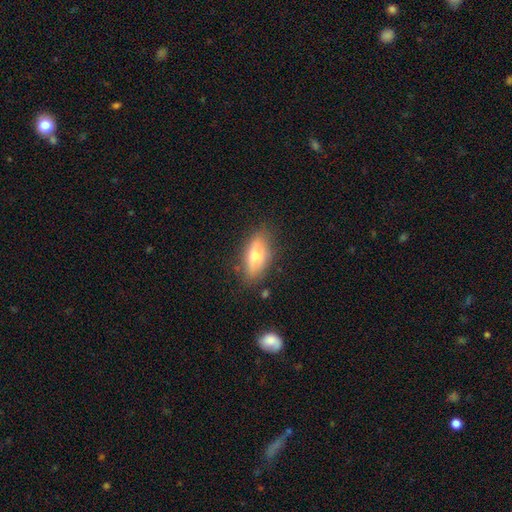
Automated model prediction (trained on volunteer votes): smooth_or_featured: smooth (p=0.61) [alt: featured or disk p=0.31]
how_rounded: in between (p=0.77) [alt: cigar-shaped p=0.19]
merging: none (p=0.80) [alt: minor disturbance p=0.15]